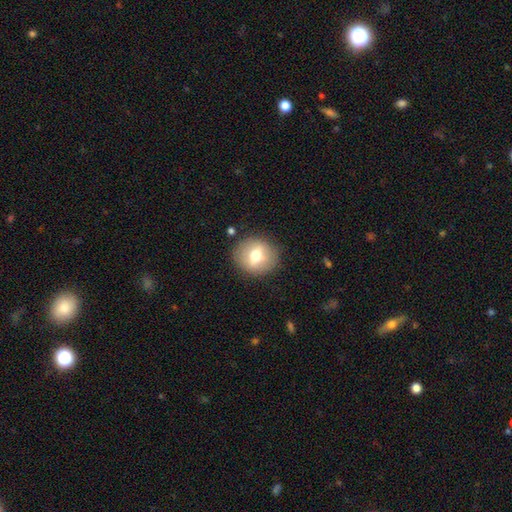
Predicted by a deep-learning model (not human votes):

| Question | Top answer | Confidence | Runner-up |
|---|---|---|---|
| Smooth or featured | smooth | 56% | featured or disk (35%) |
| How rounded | round | 82% | in between (16%) |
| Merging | none | 86% | minor disturbance (9%) |